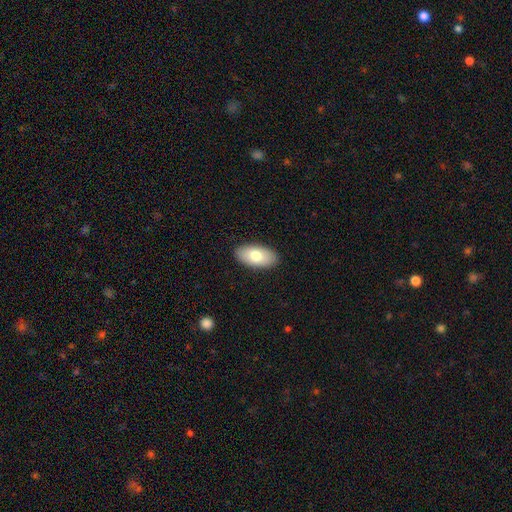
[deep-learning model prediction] This appears to be a smooth galaxy with no disk features (76%) that is in between round and cigar-shaped (95%). Merging: none (89%).